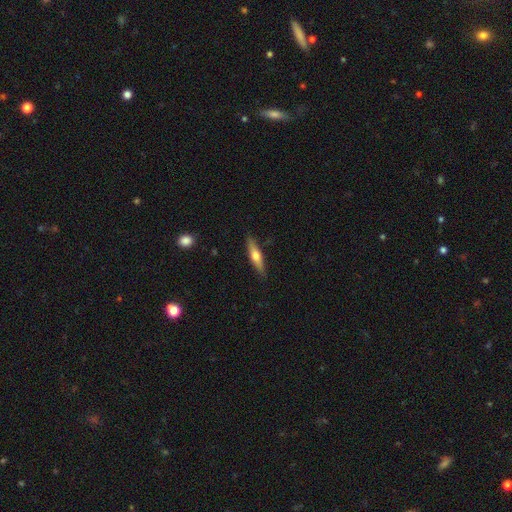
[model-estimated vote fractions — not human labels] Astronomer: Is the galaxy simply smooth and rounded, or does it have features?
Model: smooth — 50% (runner-up: featured or disk, 44%).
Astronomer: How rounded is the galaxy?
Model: cigar-shaped — 76%.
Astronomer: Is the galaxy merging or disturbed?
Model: none — 87%.